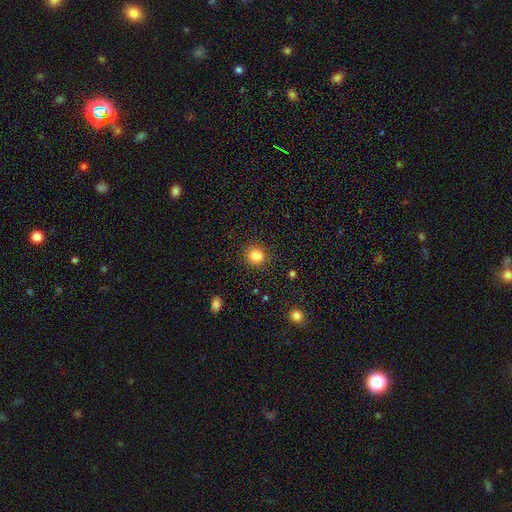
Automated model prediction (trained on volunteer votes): Morphology: type=smooth (83%); roundness=round (84%); merging=none (84%).